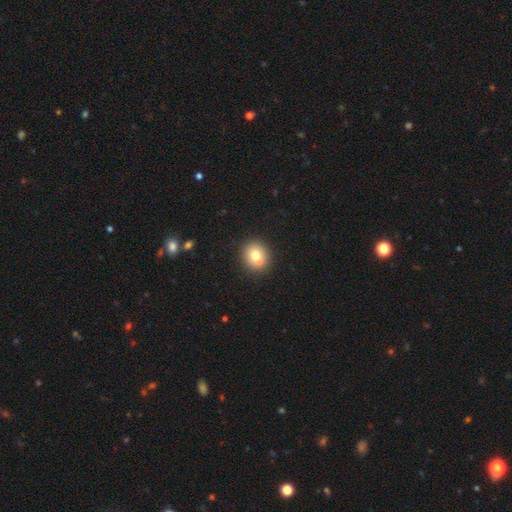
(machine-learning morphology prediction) Smooth or featured?
  - smooth: 72% *
  - featured or disk: 17%
  - star or artifact: 11%
How rounded?
  - round: 80% *
  - in between: 19%
  - cigar-shaped: 1%
Merging?
  - none: 68% *
  - merger: 19%
  - minor disturbance: 10%
  - major disturbance: 3%